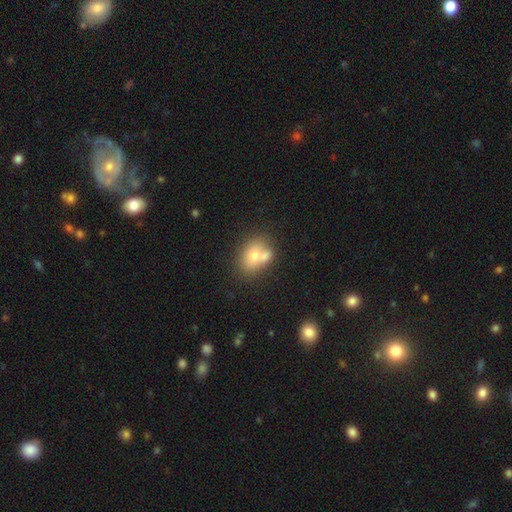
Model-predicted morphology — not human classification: This appears to be a smooth galaxy with no disk features (67%) that is in between round and cigar-shaped (67%). Merging: merger (50%).